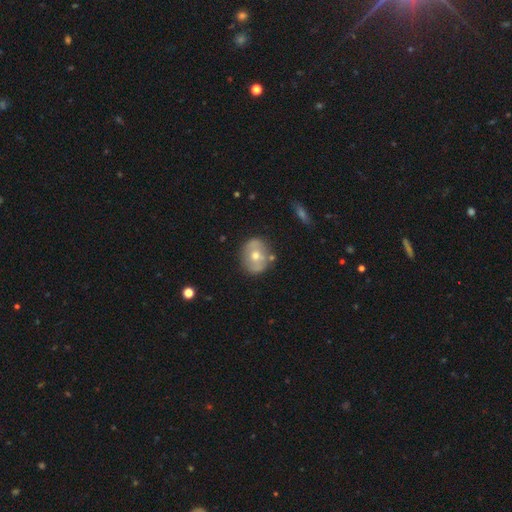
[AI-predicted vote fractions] Smooth or featured? Predicted: featured or disk (p=0.56). Edge-on disk? Predicted: no (p=0.94). Bar? Predicted: no (p=0.64). Spiral arms? Predicted: no (p=0.59). Bulge size? Predicted: moderate (p=0.69). Merging? Predicted: none (p=0.76).